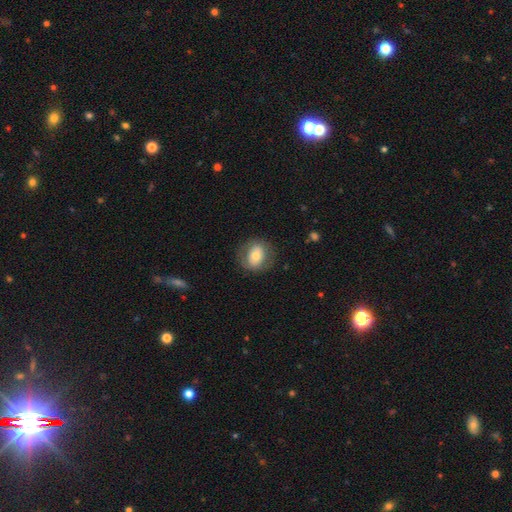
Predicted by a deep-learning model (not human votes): Smooth or featured? Predicted: smooth (p=0.66). How rounded? Predicted: round (p=0.61). Merging? Predicted: none (p=0.78).